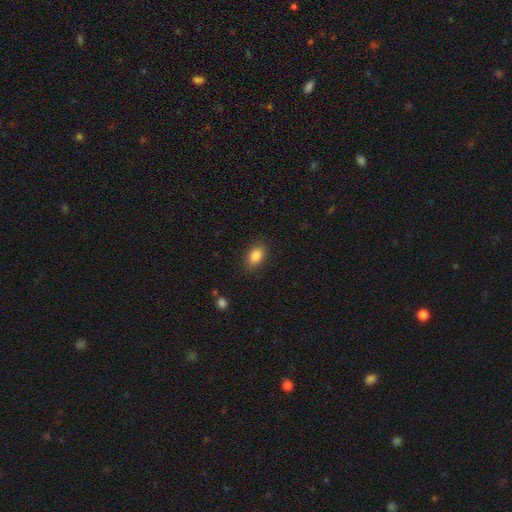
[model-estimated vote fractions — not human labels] Morphology: type=smooth (87%); roundness=in between (87%); merging=none (87%).